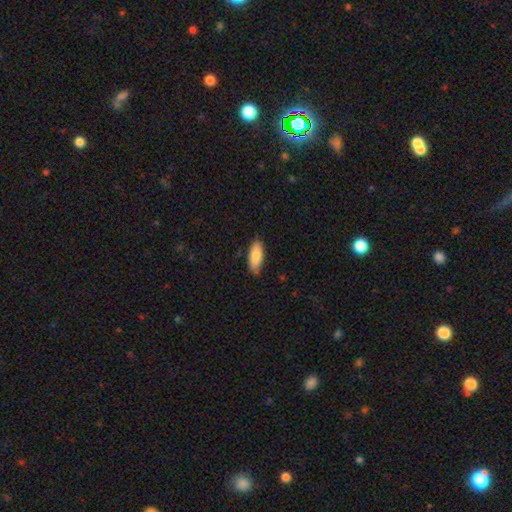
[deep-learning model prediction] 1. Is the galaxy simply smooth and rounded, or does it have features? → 88% smooth, 6% featured or disk, 6% star or artifact.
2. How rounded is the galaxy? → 77% in between, 22% cigar-shaped, 2% round.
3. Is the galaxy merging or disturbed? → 83% none, 14% minor disturbance, 2% major disturbance, 1% merger.